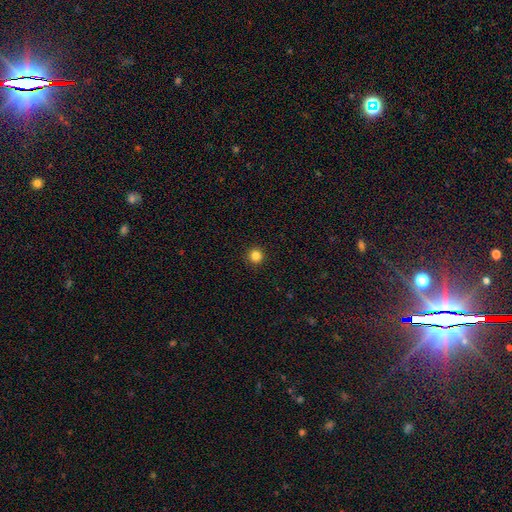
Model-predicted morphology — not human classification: smooth_or_featured: smooth (p=0.84) [alt: star or artifact p=0.12]
how_rounded: round (p=0.96) [alt: in between p=0.03]
merging: none (p=0.93) [alt: minor disturbance p=0.04]